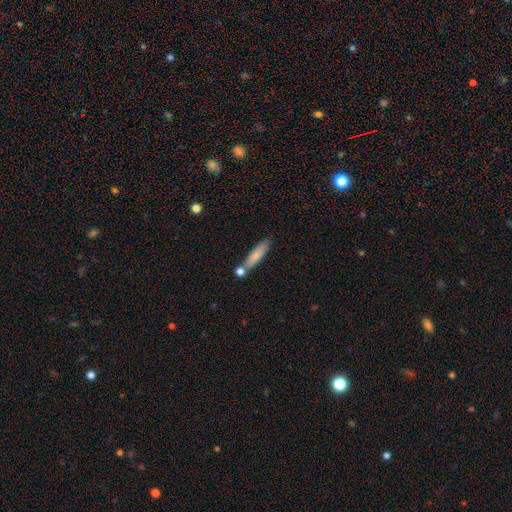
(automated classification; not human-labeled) smooth_or_featured: smooth (p=0.76) [alt: featured or disk p=0.17]
how_rounded: cigar-shaped (p=0.78) [alt: in between p=0.20]
merging: none (p=0.65) [alt: merger p=0.18]